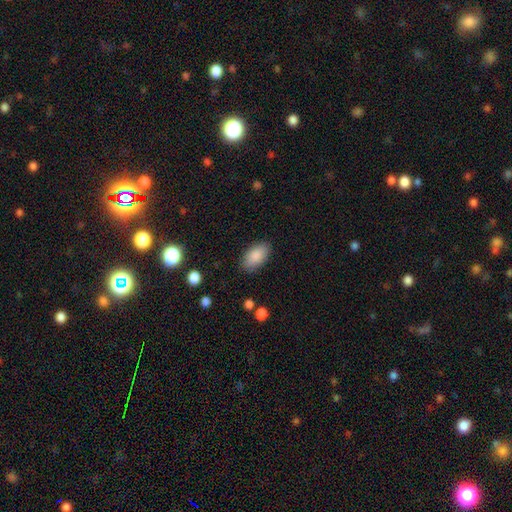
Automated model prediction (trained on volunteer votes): Overall: smooth (87%). How rounded: in between (94%). Merging: none (86%).